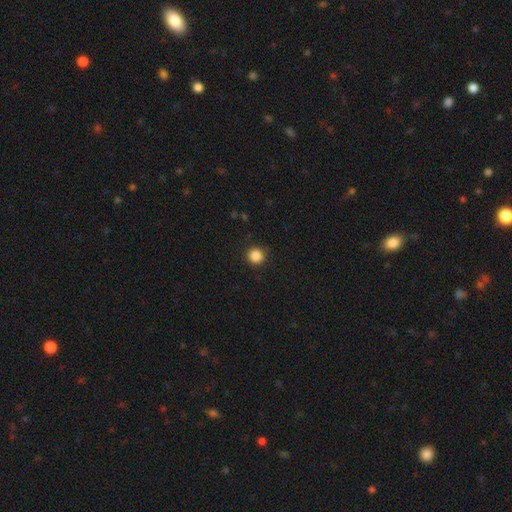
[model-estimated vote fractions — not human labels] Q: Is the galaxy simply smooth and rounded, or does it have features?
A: smooth — 86%.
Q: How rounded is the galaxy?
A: round — 95%.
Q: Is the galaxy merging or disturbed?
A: none — 91%.